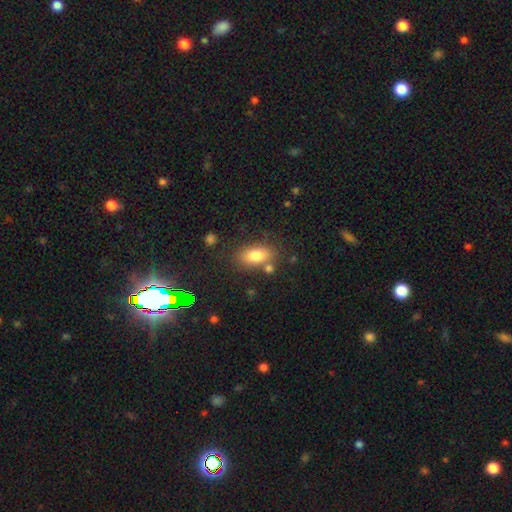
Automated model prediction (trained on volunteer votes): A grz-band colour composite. It shows a smooth galaxy with no disk features (80%) that is in between round and cigar-shaped (87%). Merging: none (74%).